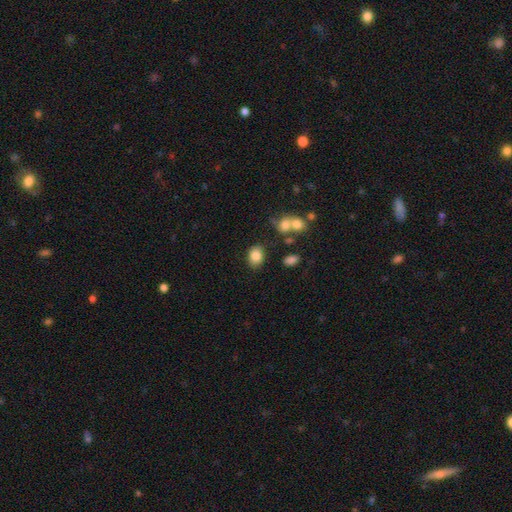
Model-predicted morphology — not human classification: Q: Smooth or featured?
A: smooth (84%); runner-up: star or artifact (10%)
Q: How rounded?
A: in between (61%); runner-up: round (38%)
Q: Merging?
A: none (77%); runner-up: minor disturbance (13%)